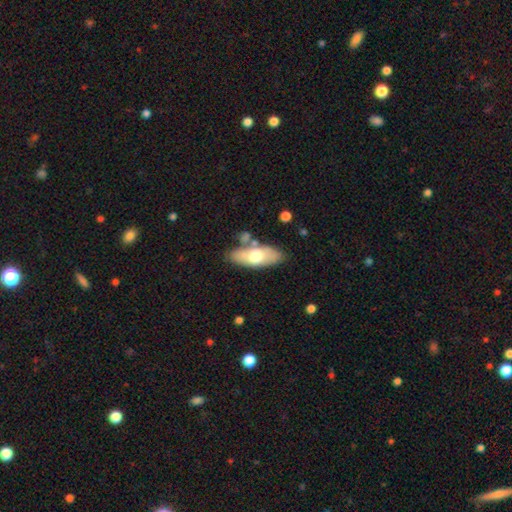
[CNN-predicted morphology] type=smooth (61%); roundness=in between (74%); merging=none (71%).